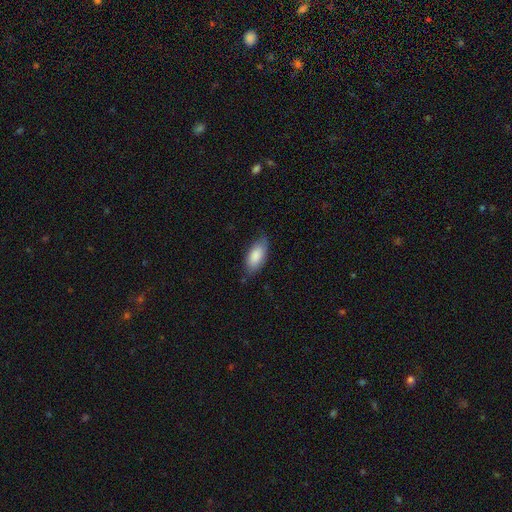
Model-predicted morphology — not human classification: Q: Smooth or featured?
A: smooth (83%); runner-up: featured or disk (11%)
Q: How rounded?
A: in between (89%); runner-up: cigar-shaped (9%)
Q: Merging?
A: none (72%); runner-up: minor disturbance (23%)